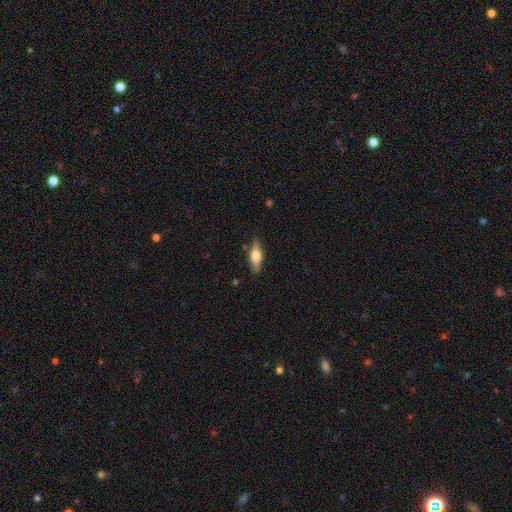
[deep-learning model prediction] Smooth or featured: smooth — 57% (featured or disk — 37%)
How rounded: in between — 56% (cigar-shaped — 41%)
Merging: none — 84% (minor disturbance — 12%)